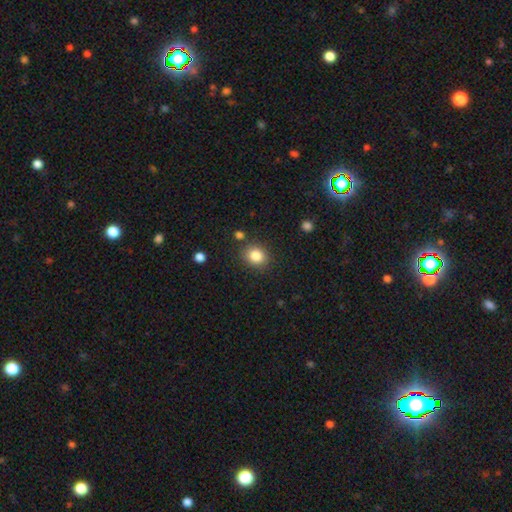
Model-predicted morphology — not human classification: Q: Smooth or featured?
A: smooth (83%); runner-up: star or artifact (11%)
Q: How rounded?
A: round (68%); runner-up: in between (31%)
Q: Merging?
A: none (84%); runner-up: minor disturbance (10%)